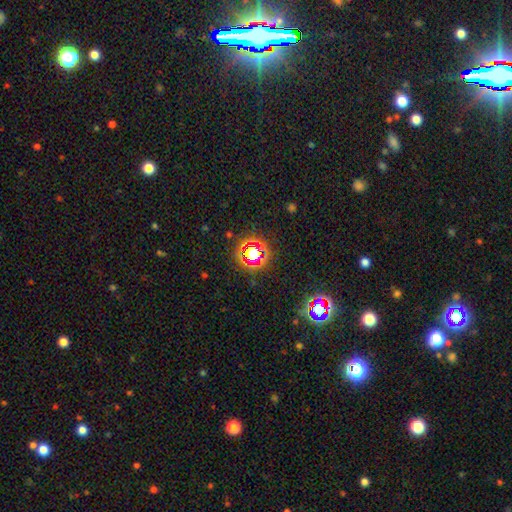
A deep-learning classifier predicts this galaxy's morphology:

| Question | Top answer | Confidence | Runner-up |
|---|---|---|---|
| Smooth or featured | star or artifact | 63% | smooth (26%) |